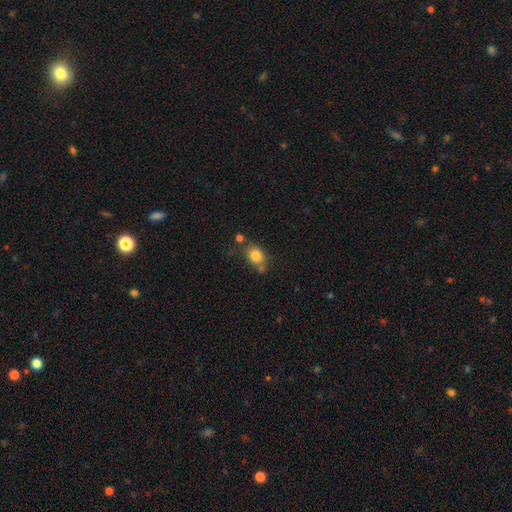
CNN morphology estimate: The model was most divided on "how rounded": in between: 61%, round: 37%, cigar-shaped: 1%. More confident: smooth or featured — smooth (82%); merging — none (62%).